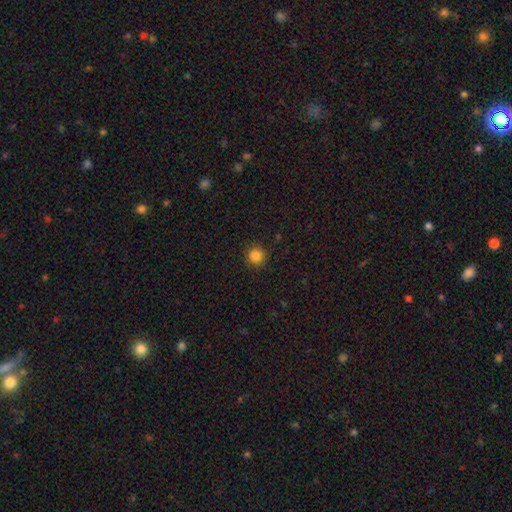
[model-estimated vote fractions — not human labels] Smooth or featured?
  - smooth: 85% *
  - star or artifact: 12%
  - featured or disk: 4%
How rounded?
  - round: 95% *
  - in between: 4%
  - cigar-shaped: 1%
Merging?
  - none: 91% *
  - minor disturbance: 6%
  - major disturbance: 2%
  - merger: 1%